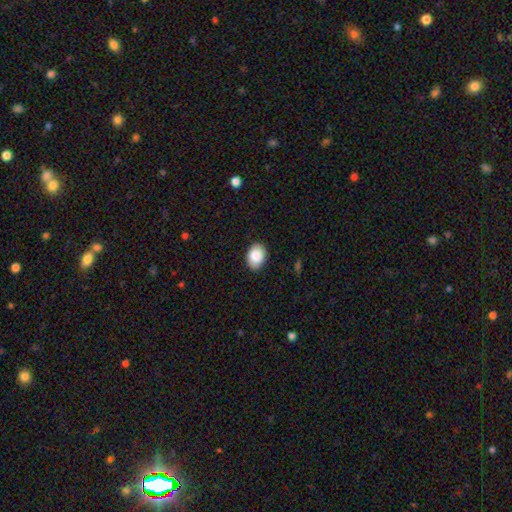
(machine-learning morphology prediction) smooth 87%, star or artifact 7%, featured or disk 6%. Down the decision tree: how rounded — in between (72%); merging — none (87%).